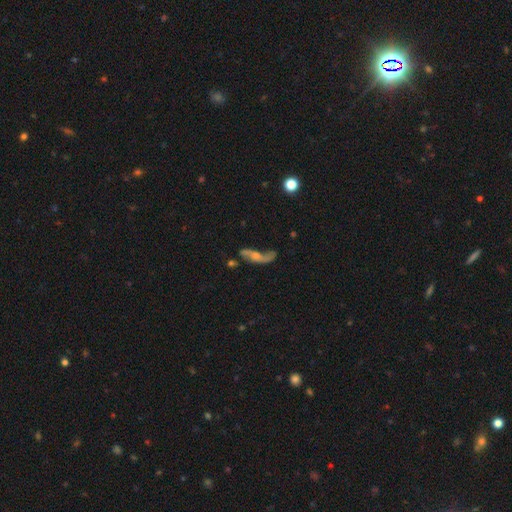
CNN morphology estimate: This appears to be a featured or disk galaxy (73%) with no bar (66%), 2 (81%) loose (80%) spiral arms (86%) and a small central bulge (46%). Merging: none (50%).